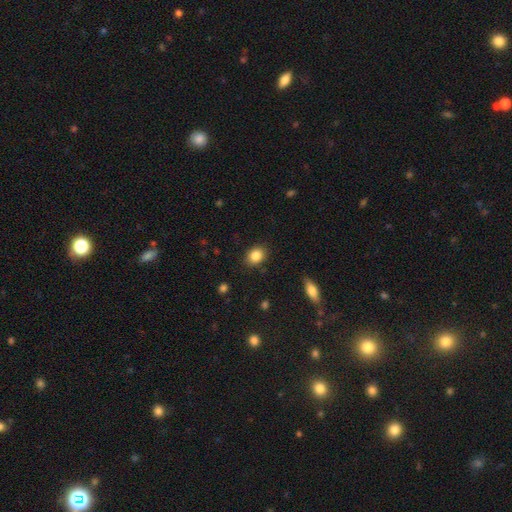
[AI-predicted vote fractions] Smooth or featured? Predicted: smooth (p=0.85). How rounded? Predicted: in between (p=0.54). Merging? Predicted: none (p=0.87).